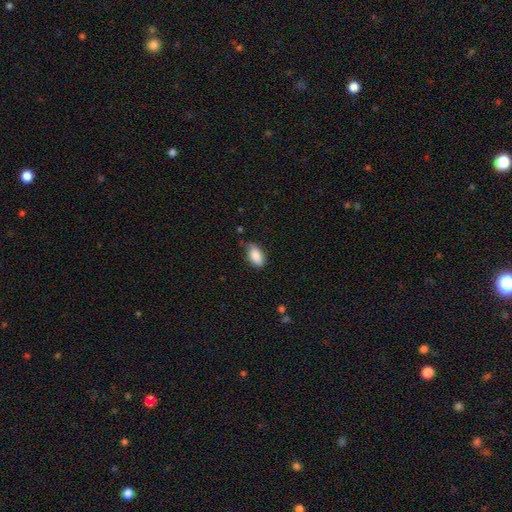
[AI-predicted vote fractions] Morphology: type=smooth (88%); roundness=in between (92%); merging=none (70%).